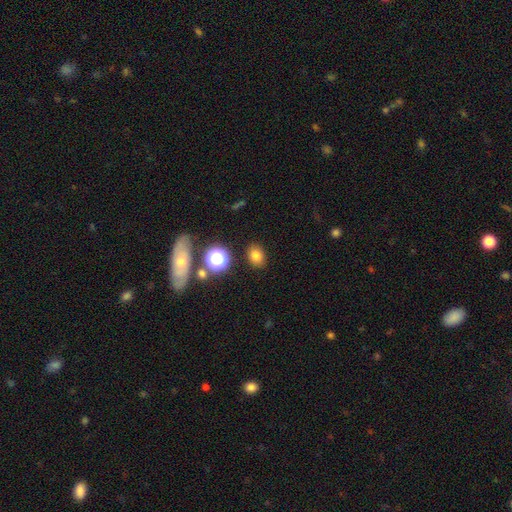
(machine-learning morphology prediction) Smooth or featured? smooth (77%)
How rounded? in between (57%)
Merging? none (85%)